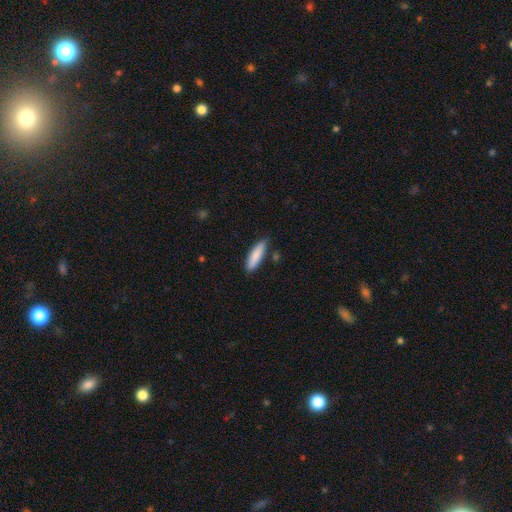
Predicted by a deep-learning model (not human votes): Overall: smooth (86%). How rounded: cigar-shaped (64%; in between 34%). Merging: none (80%).